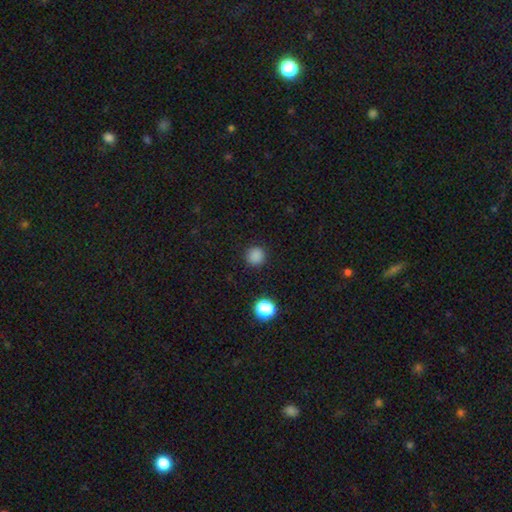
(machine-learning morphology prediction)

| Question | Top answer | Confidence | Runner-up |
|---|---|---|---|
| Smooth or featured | smooth | 83% | star or artifact (14%) |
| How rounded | round | 93% | in between (6%) |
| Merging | none | 89% | minor disturbance (7%) |